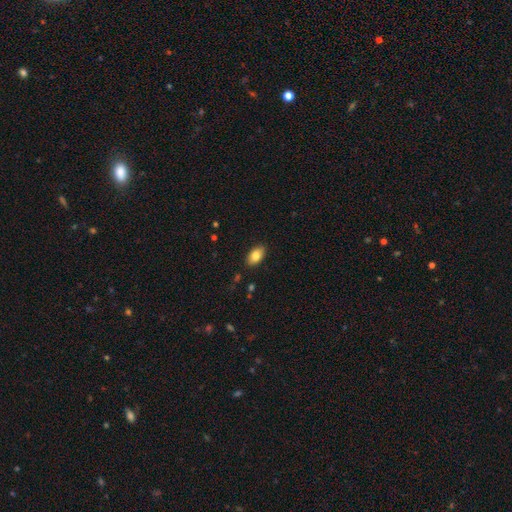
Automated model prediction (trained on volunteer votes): smooth_or_featured: smooth (p=0.82) [alt: featured or disk p=0.11]
how_rounded: in between (p=0.92) [alt: round p=0.05]
merging: none (p=0.88) [alt: minor disturbance p=0.09]